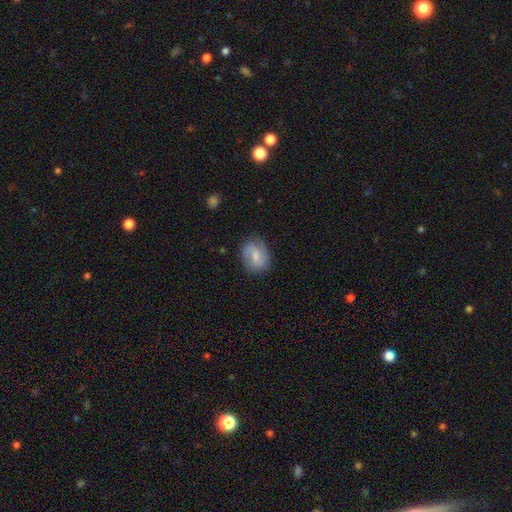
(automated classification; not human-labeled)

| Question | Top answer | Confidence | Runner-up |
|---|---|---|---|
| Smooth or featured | featured or disk | 50% | smooth (43%) |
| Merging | none | 76% | minor disturbance (18%) |